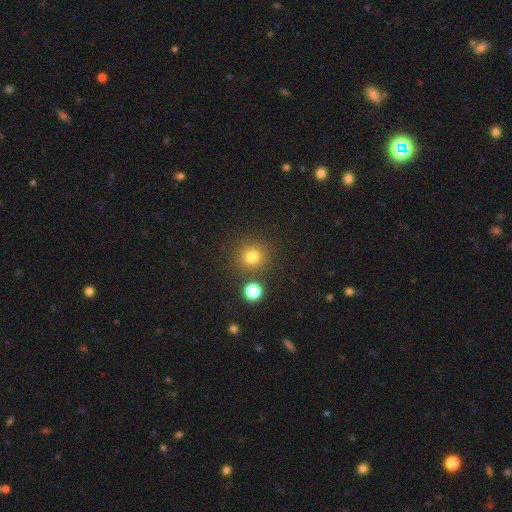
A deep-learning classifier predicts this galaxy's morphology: smooth-or-featured: smooth: 74% | star or artifact: 20% | featured or disk: 6%
  how-rounded: round: 92% | in between: 7% | cigar-shaped: 1%
  merging: none: 85% | minor disturbance: 7% | merger: 6% | major disturbance: 3%